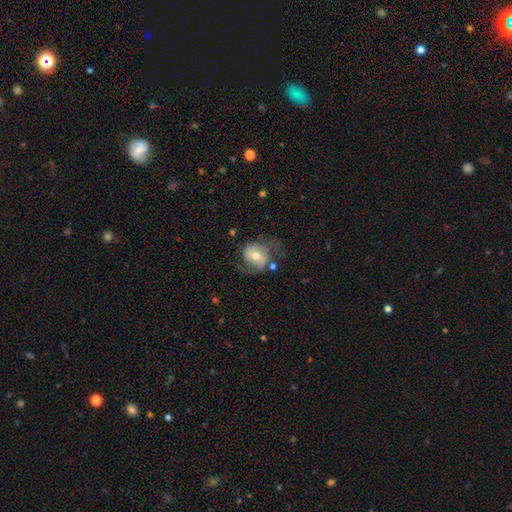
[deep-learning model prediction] A featured or disk galaxy (57%) with no bar (47%), spiral arms (76%) and a moderate central bulge (70%).

Vote fractions:
- Smooth or featured? featured or disk: 57% / smooth: 36% / star or artifact: 7%
- Edge-on disk? no: 96% / yes: 4%
- Bar? no: 47% / weak: 37% / strong: 16%
- Spiral arms? yes: 76% / no: 24%
- Bulge size? moderate: 70% / small: 22% / large: 6% / none: 1% / dominant: 1%
- Merging? none: 54% / minor disturbance: 24% / major disturbance: 18% / merger: 4%